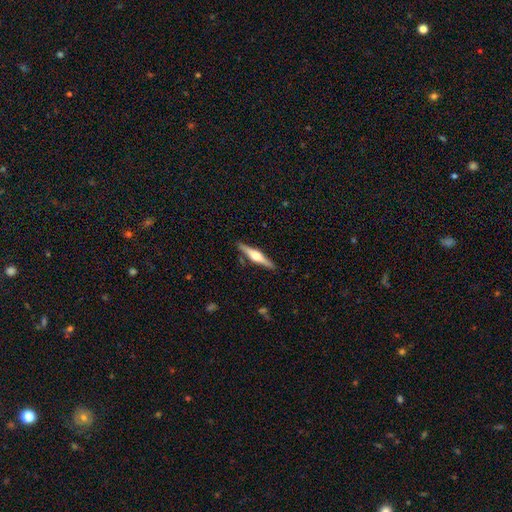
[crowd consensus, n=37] This appears to be a featured or disk galaxy (59%) viewed edge-on (100%) with a rounded central bulge (95%). Merging: none (86%).